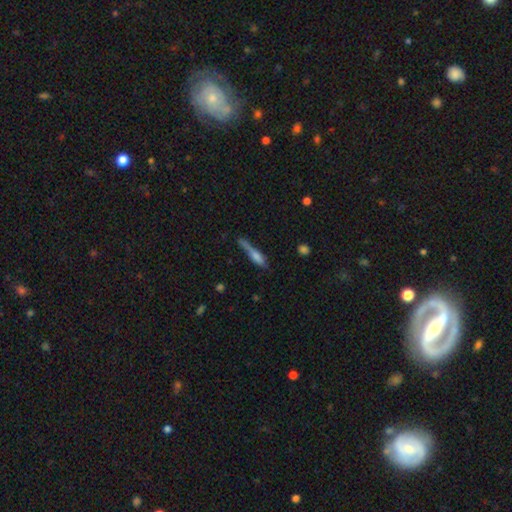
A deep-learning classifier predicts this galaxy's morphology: smooth-or-featured: smooth: 57% | featured or disk: 34% | star or artifact: 9%
  how-rounded: cigar-shaped: 82% | in between: 15% | round: 3%
  merging: none: 48% | minor disturbance: 28% | major disturbance: 15% | merger: 9%